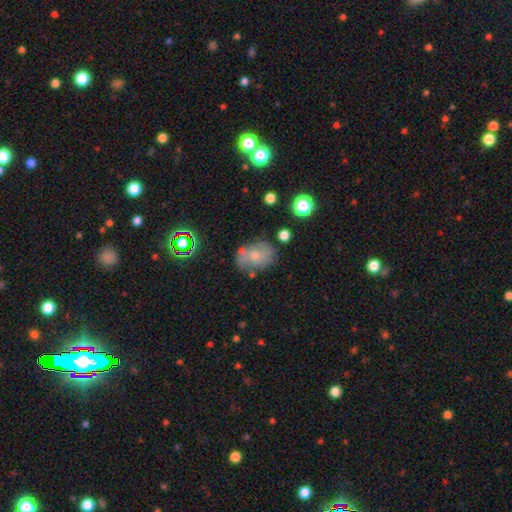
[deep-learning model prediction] Smooth or featured? Predicted: smooth (p=0.54). How rounded? Predicted: in between (p=0.65). Merging? Predicted: none (p=0.60).